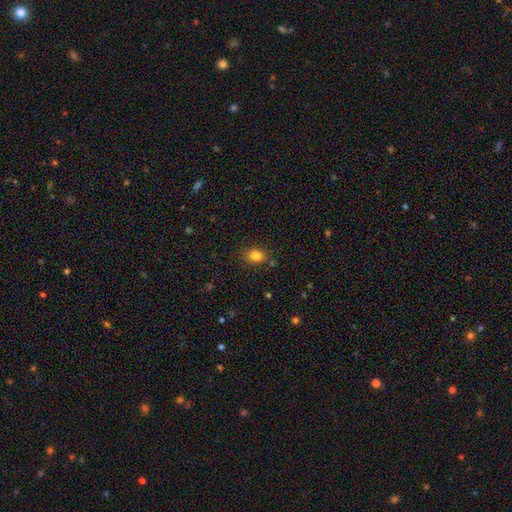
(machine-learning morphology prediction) smooth-or-featured: smooth: 83% | star or artifact: 12% | featured or disk: 6%
  how-rounded: in between: 57% | round: 42% | cigar-shaped: 1%
  merging: none: 82% | minor disturbance: 12% | major disturbance: 3% | merger: 3%